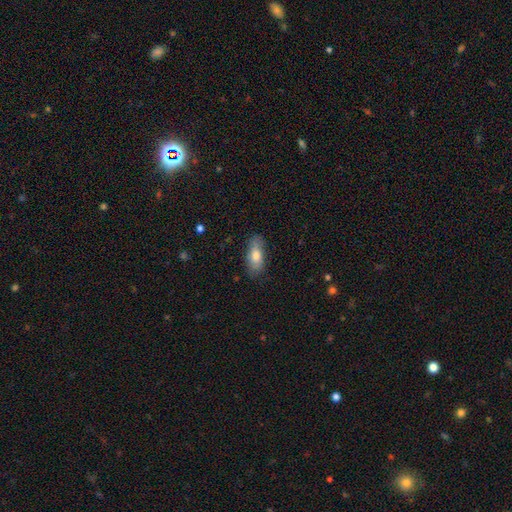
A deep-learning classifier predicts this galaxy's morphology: Smooth or featured? Predicted: smooth (p=0.73). How rounded? Predicted: in between (p=0.78). Merging? Predicted: none (p=0.78).